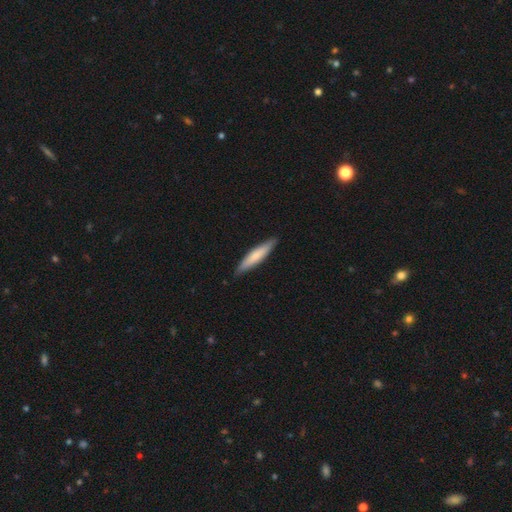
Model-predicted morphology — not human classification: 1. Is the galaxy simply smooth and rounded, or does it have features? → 68% smooth, 28% featured or disk, 5% star or artifact.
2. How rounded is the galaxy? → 89% cigar-shaped, 10% in between, 1% round.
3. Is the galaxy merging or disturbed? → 88% none, 9% minor disturbance, 2% major disturbance, 1% merger.